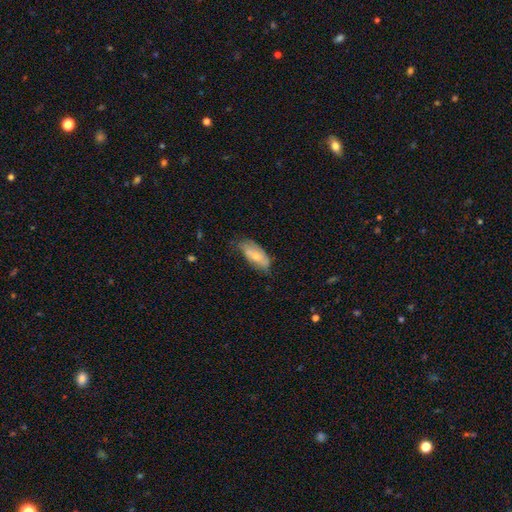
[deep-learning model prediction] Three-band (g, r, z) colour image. It shows a smooth galaxy with no disk features (62%) that is in between round and cigar-shaped (86%). Merging: none (55%).